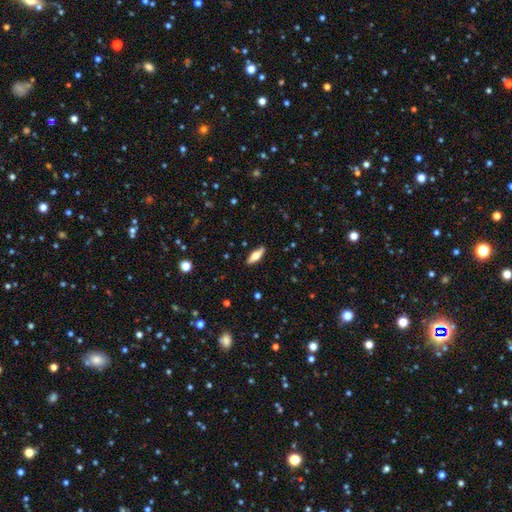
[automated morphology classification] Smooth or featured?
  - smooth: 62% *
  - featured or disk: 32%
  - star or artifact: 6%
How rounded?
  - in between: 58% *
  - cigar-shaped: 39%
  - round: 2%
Merging?
  - none: 88% *
  - minor disturbance: 9%
  - major disturbance: 2%
  - merger: 1%